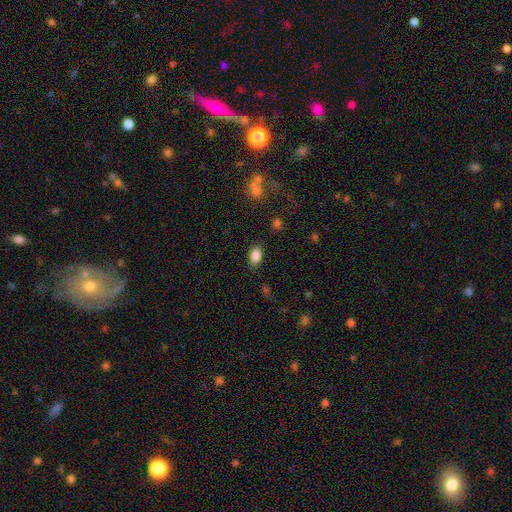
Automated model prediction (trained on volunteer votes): smooth_or_featured: smooth (p=0.85) [alt: star or artifact p=0.09]
how_rounded: in between (p=0.90) [alt: round p=0.08]
merging: none (p=0.84) [alt: minor disturbance p=0.11]